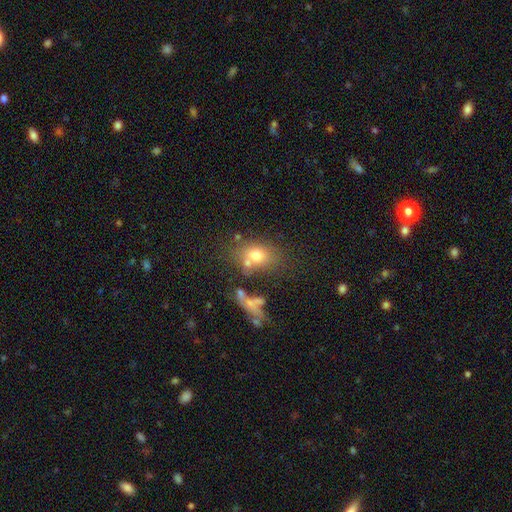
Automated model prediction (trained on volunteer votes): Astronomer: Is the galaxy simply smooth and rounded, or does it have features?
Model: smooth — 70%.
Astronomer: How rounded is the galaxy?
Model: in between — 62%.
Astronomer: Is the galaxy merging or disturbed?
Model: none — 51%.